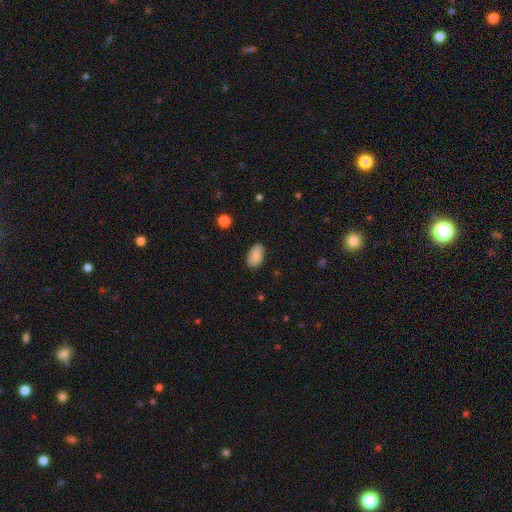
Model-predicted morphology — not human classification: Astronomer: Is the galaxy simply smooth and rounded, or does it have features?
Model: smooth — 79%.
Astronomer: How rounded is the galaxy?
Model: in between — 93%.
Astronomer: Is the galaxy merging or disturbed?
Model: none — 80%.